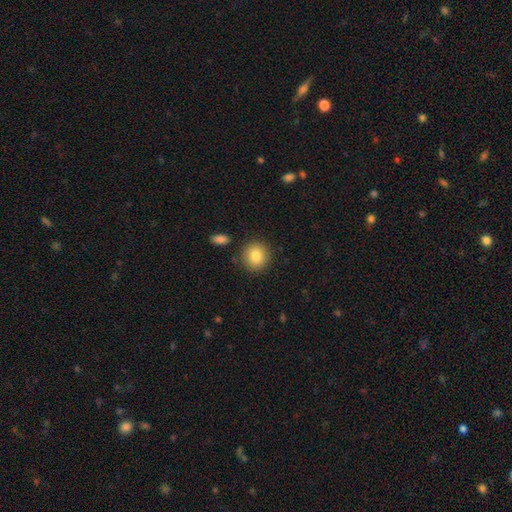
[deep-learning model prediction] Smooth or featured? Predicted: smooth (p=0.85). How rounded? Predicted: round (p=0.90). Merging? Predicted: none (p=0.88).